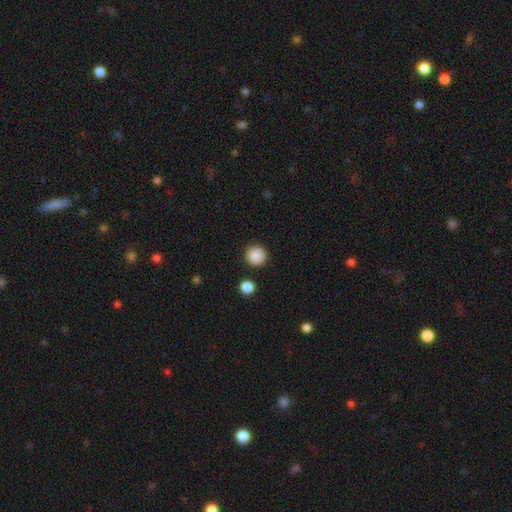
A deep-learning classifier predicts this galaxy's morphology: Smooth or featured? Predicted: smooth (p=0.89). How rounded? Predicted: round (p=0.96). Merging? Predicted: none (p=0.91).